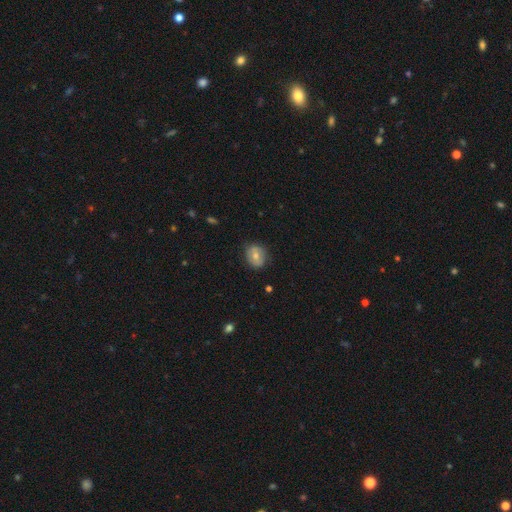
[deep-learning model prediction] Overall: smooth (58%; featured or disk 34%). How rounded: round (63%; in between 36%). Merging: none (81%).